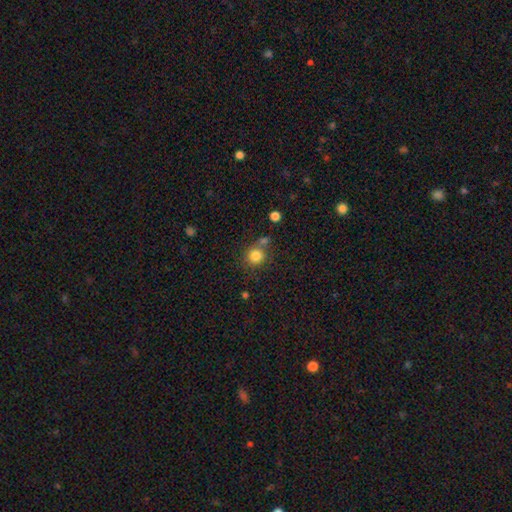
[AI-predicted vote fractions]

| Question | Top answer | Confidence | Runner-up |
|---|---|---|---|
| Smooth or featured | smooth | 82% | star or artifact (11%) |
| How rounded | round | 89% | in between (10%) |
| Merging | none | 67% | merger (18%) |